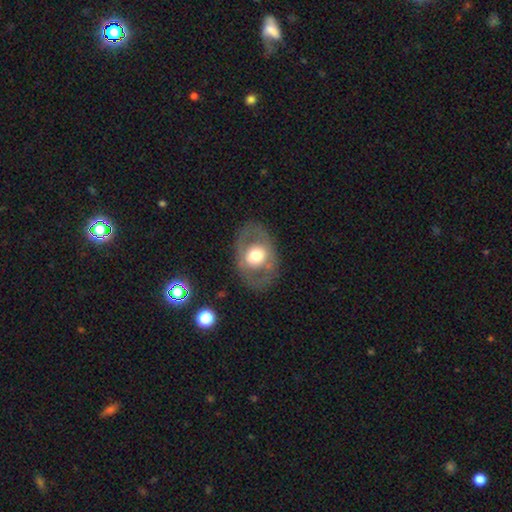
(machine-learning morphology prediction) Overall: featured or disk (49%; smooth 44%). Merging: none (77%).